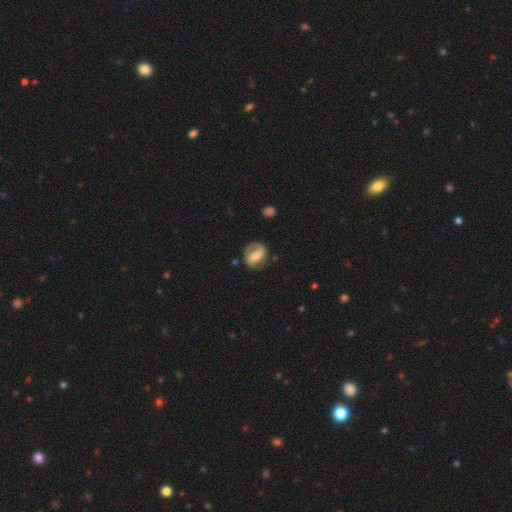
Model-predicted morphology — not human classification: Q: Smooth or featured?
A: featured or disk (57%); runner-up: smooth (36%)
Q: Edge-on disk?
A: no (94%); runner-up: yes (6%)
Q: Bar?
A: strong (48%); runner-up: weak (32%)
Q: Spiral arms?
A: yes (73%); runner-up: no (27%)
Q: Bulge size?
A: moderate (40%); runner-up: small (34%)
Q: Merging?
A: none (66%); runner-up: minor disturbance (21%)